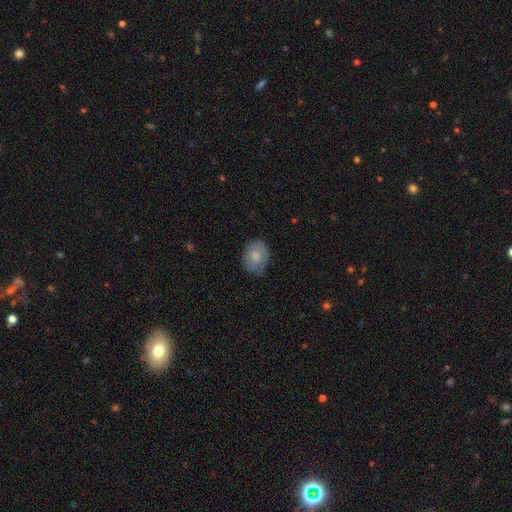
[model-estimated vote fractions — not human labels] The model was most divided on "how rounded": in between: 57%, round: 42%, cigar-shaped: 1%. More confident: smooth or featured — smooth (76%); merging — none (71%).